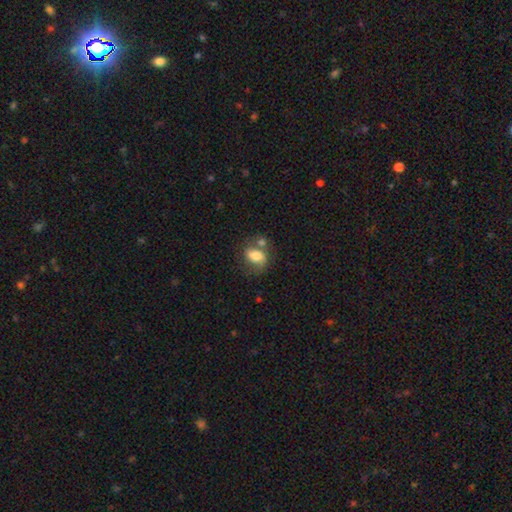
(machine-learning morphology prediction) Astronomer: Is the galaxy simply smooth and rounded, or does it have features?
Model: smooth — 68%.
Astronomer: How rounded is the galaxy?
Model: in between — 75%.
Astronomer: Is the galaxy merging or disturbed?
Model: none — 43% (runner-up: merger, 28%).